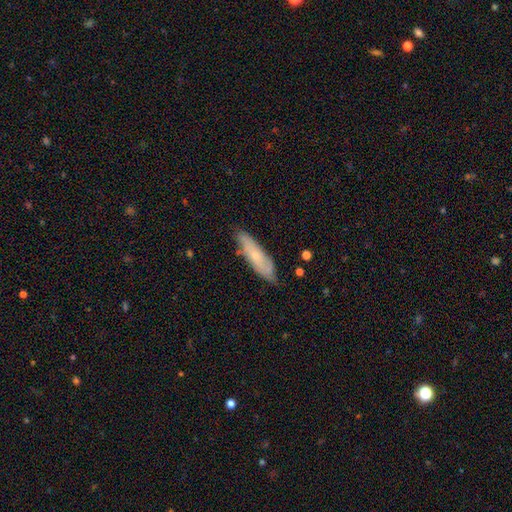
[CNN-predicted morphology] This appears to be a smooth galaxy with no disk features (51%) that is cigar-shaped (62%). Merging: none (76%).